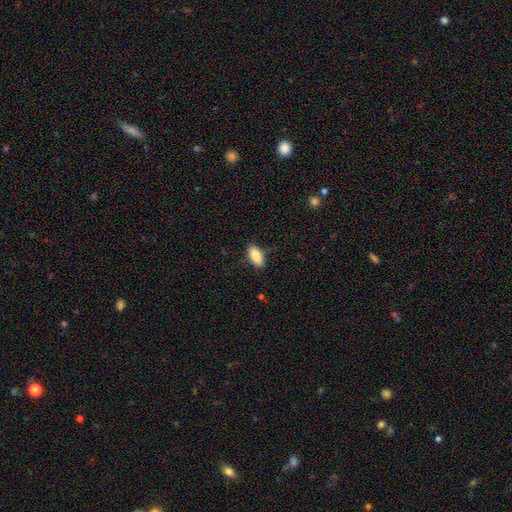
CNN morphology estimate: Smooth or featured?
  - smooth: 83% *
  - featured or disk: 10%
  - star or artifact: 7%
How rounded?
  - in between: 86% *
  - cigar-shaped: 11%
  - round: 3%
Merging?
  - none: 79% *
  - minor disturbance: 16%
  - major disturbance: 3%
  - merger: 1%